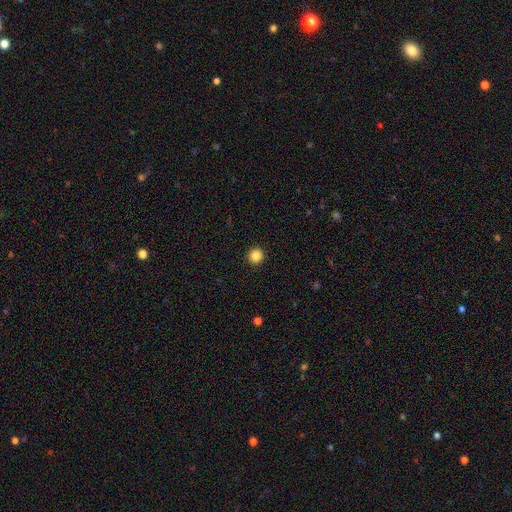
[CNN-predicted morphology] Overall: smooth (85%). How rounded: round (95%). Merging: none (93%).